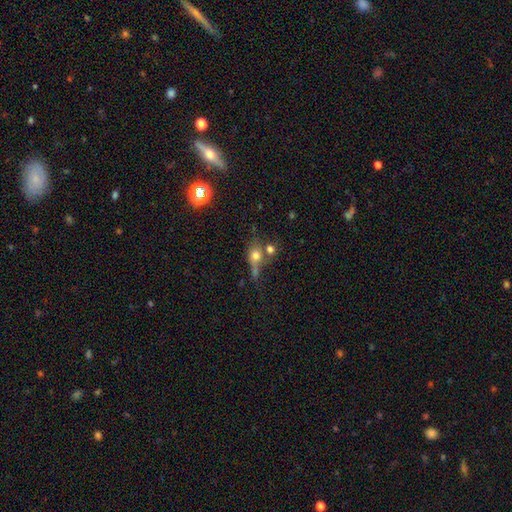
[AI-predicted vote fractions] smooth 67%, featured or disk 18%, star or artifact 15%. Down the decision tree: how rounded — round (65%); merging — none (39%).